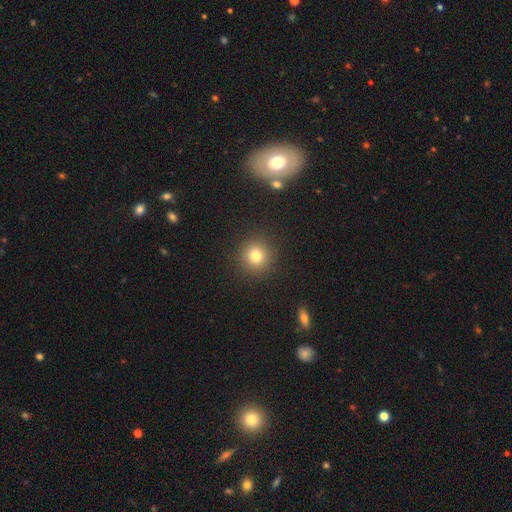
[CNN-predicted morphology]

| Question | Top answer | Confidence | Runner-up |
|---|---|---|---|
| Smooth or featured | smooth | 79% | star or artifact (14%) |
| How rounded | round | 93% | in between (6%) |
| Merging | none | 90% | minor disturbance (6%) |